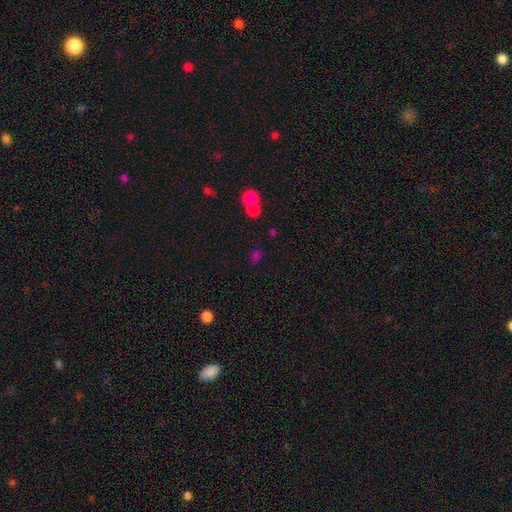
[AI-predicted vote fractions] Overall: smooth (71%). How rounded: in between (54%; round 43%). Merging: none (59%; merger 25%).